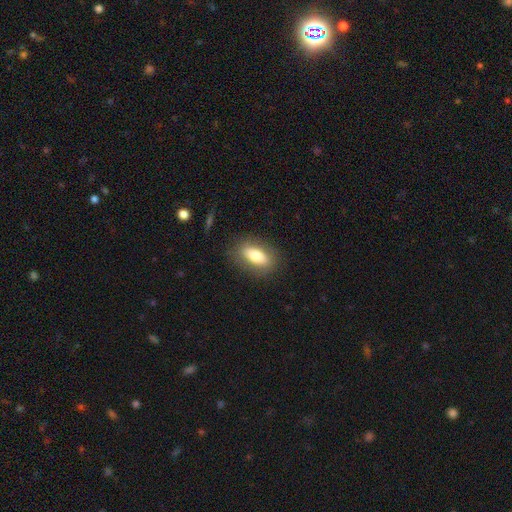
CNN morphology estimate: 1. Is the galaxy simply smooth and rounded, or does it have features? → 70% smooth, 22% featured or disk, 7% star or artifact.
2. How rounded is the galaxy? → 81% in between, 13% cigar-shaped, 7% round.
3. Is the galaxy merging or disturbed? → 84% none, 11% minor disturbance, 4% major disturbance, 1% merger.